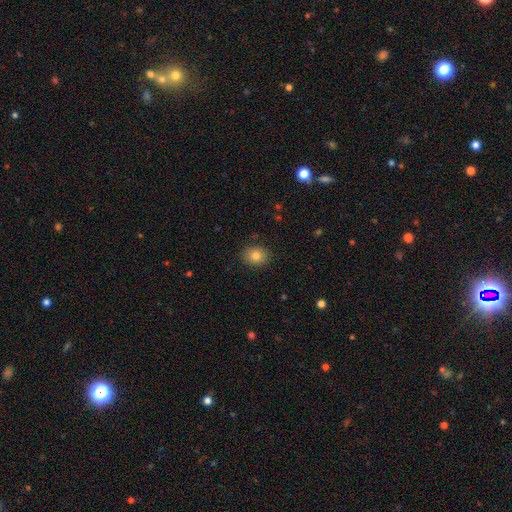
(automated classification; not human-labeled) A smooth galaxy with no disk features (81%) that is round (54%). Merging: none (88%).